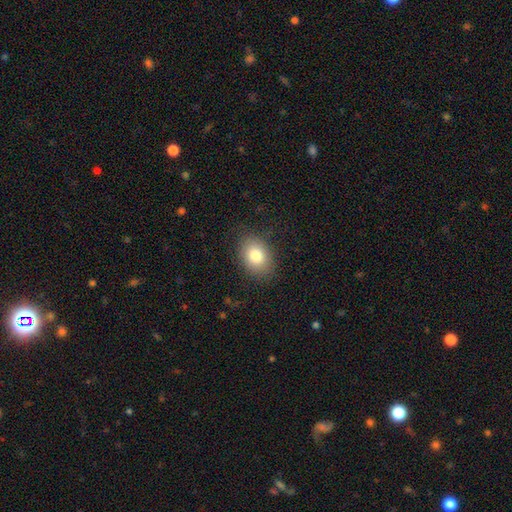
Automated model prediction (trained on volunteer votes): Smooth or featured: smooth — 81% (featured or disk — 10%)
How rounded: in between — 71% (round — 28%)
Merging: none — 83% (minor disturbance — 12%)